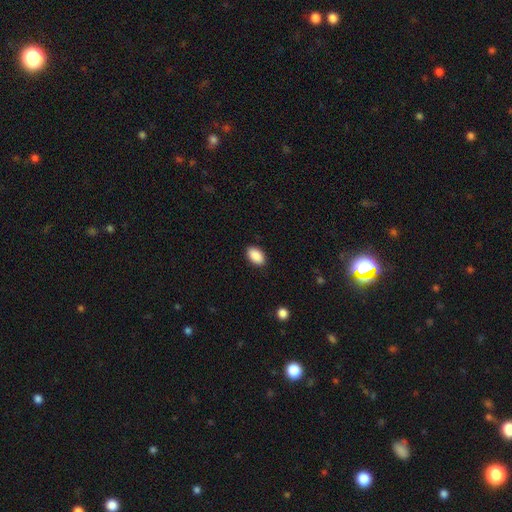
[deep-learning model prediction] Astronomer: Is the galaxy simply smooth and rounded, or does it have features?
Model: smooth — 90%.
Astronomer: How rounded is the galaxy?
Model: in between — 93%.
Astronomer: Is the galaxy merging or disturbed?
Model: none — 88%.